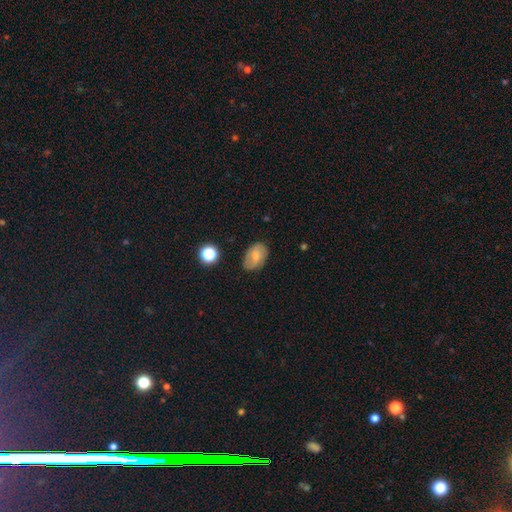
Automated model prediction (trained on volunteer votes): A smooth galaxy with no disk features (62%) that is in between round and cigar-shaped (83%). Merging: none (75%).